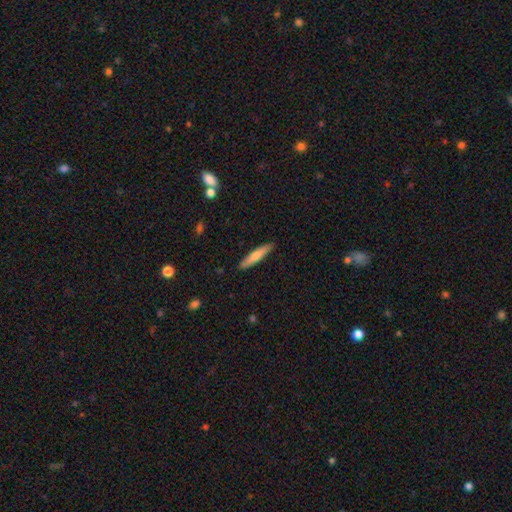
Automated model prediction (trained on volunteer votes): A smooth galaxy with no disk features (70%) that is cigar-shaped (89%).

Vote fractions:
- Smooth or featured? smooth: 70% / featured or disk: 25% / star or artifact: 6%
- How rounded? cigar-shaped: 89% / in between: 9% / round: 1%
- Merging? none: 90% / minor disturbance: 7% / major disturbance: 2% / merger: 1%